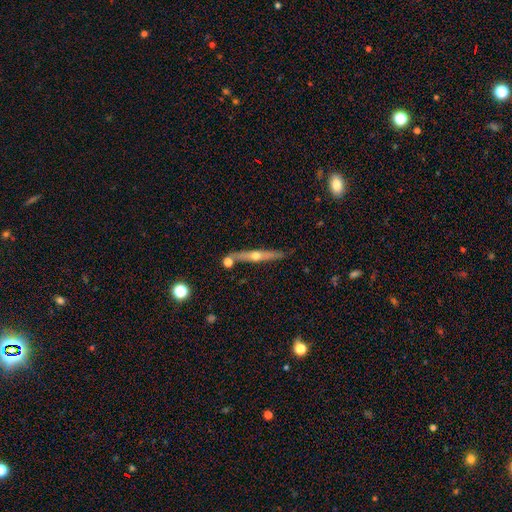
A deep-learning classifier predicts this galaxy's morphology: Q: Smooth or featured?
A: featured or disk (69%); runner-up: smooth (25%)
Q: Edge-on disk?
A: yes (95%); runner-up: no (5%)
Q: Edge-on bulge?
A: rounded (89%); runner-up: none (9%)
Q: Merging?
A: none (81%); runner-up: minor disturbance (11%)